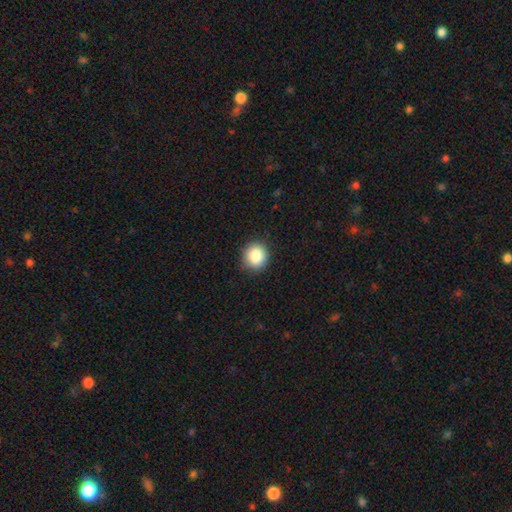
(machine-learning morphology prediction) smooth-or-featured: smooth: 86% | star or artifact: 9% | featured or disk: 5%
  how-rounded: round: 84% | in between: 15% | cigar-shaped: 1%
  merging: none: 89% | minor disturbance: 8% | major disturbance: 2% | merger: 1%